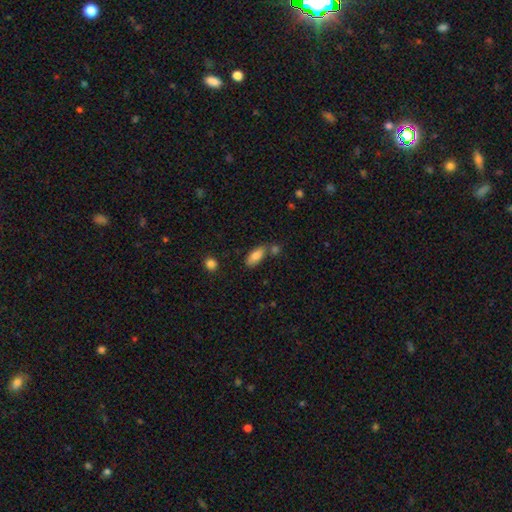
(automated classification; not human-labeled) This appears to be a smooth galaxy with no disk features (83%) that is in between round and cigar-shaped (85%). Merging: none (64%).